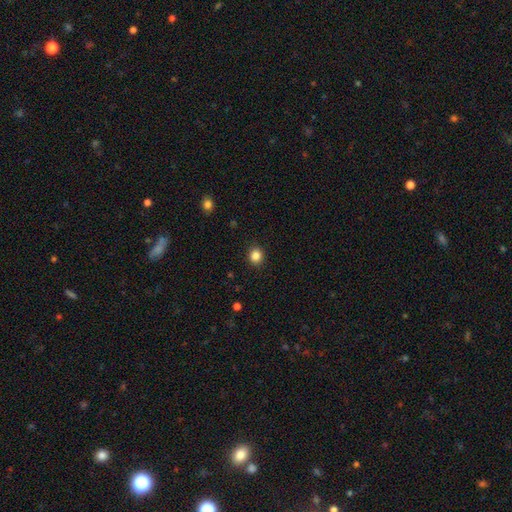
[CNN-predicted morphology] type=smooth (85%); roundness=round (85%); merging=none (91%).